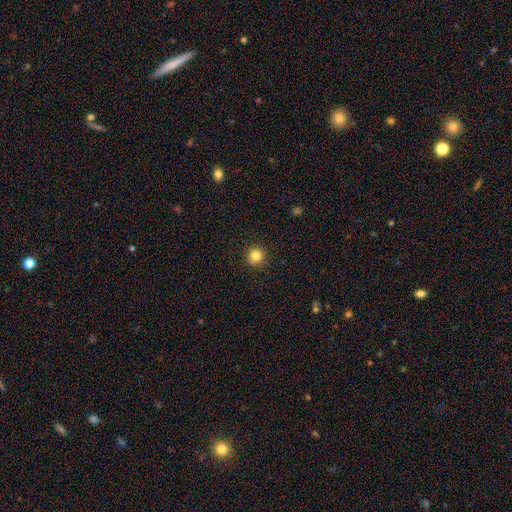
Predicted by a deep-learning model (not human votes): Morphology: type=smooth (83%); roundness=round (95%); merging=none (92%).